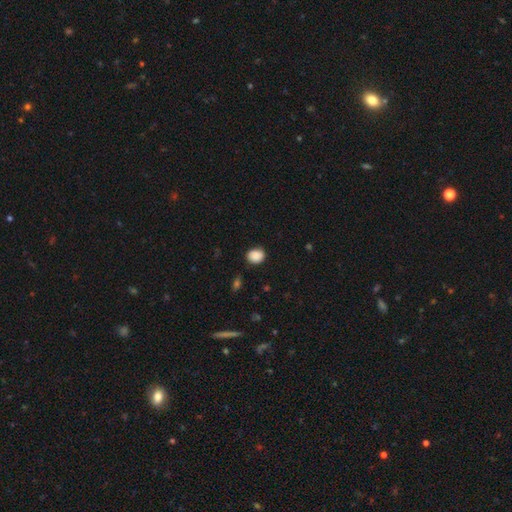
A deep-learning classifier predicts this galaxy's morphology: smooth_or_featured: smooth (p=0.88) [alt: star or artifact p=0.08]
how_rounded: round (p=0.59) [alt: in between p=0.40]
merging: none (p=0.81) [alt: minor disturbance p=0.15]